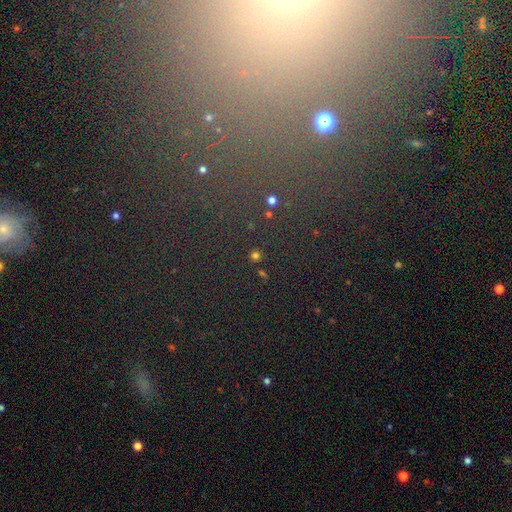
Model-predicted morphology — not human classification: smooth_or_featured: star or artifact (p=0.52) [alt: smooth p=0.39]